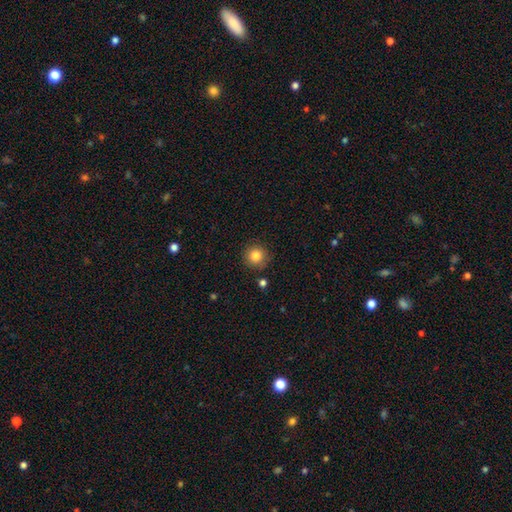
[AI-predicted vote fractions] A smooth galaxy with no disk features (84%) that is round (94%). Merging: none (86%).